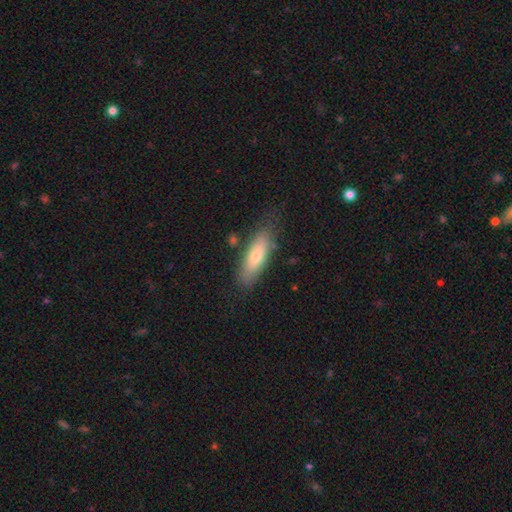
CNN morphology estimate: smooth-or-featured: smooth: 60% | featured or disk: 31% | star or artifact: 9%
  how-rounded: cigar-shaped: 55% | in between: 43% | round: 2%
  merging: none: 78% | minor disturbance: 16% | major disturbance: 3% | merger: 2%